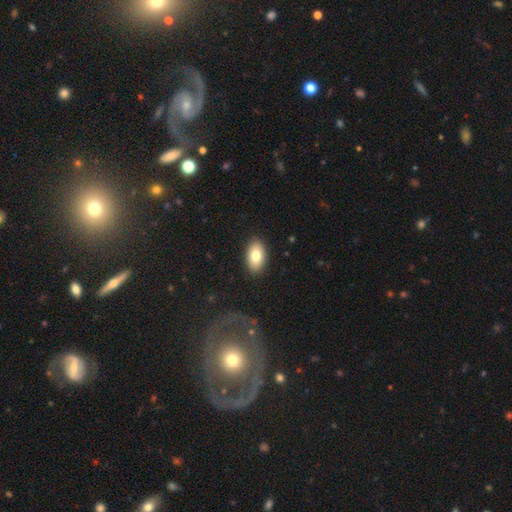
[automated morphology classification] The model was most divided on "smooth or featured": smooth: 79%, featured or disk: 14%, star or artifact: 7%. More confident: how rounded — in between (93%); merging — none (89%).